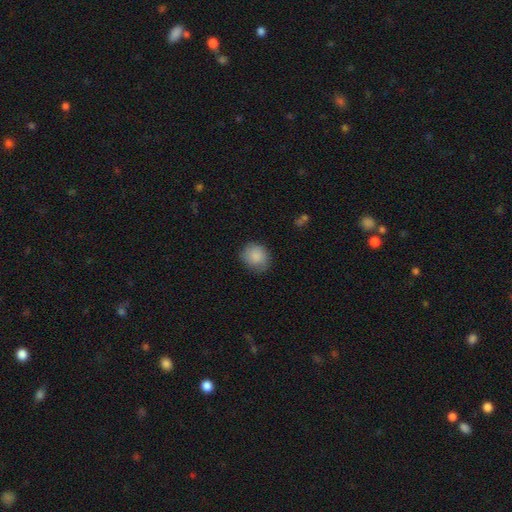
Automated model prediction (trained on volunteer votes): Morphology: type=smooth (86%); roundness=round (73%); merging=none (76%).